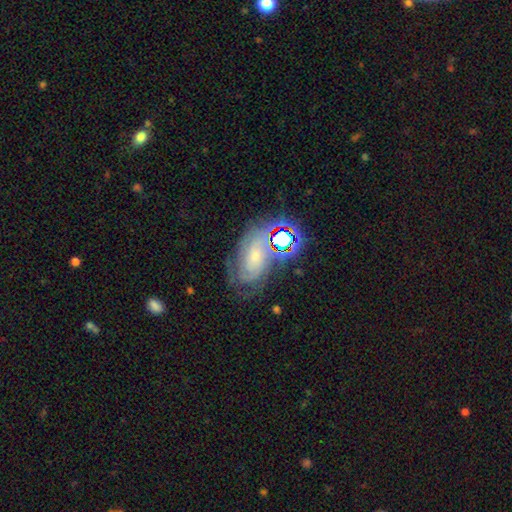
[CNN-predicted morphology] A featured or disk galaxy (66%) with no bar (69%), tight (61%) spiral arms (91%) and a small central bulge (63%).

Vote fractions:
- Smooth or featured? featured or disk: 66% / smooth: 18% / star or artifact: 16%
- Edge-on disk? no: 96% / yes: 4%
- Bar? no: 69% / weak: 25% / strong: 7%
- Spiral arms? yes: 91% / no: 9%
- Spiral winding? tight: 61% / medium: 31% / loose: 8%
- Spiral arm count? can't tell: 40% / 2: 24% / 3: 18% / 4: 8% / 1: 6% / more than 4: 5%
- Bulge size? small: 63% / moderate: 27% / none: 5% / large: 3% / dominant: 2%
- Merging? none: 57% / minor disturbance: 21% / major disturbance: 14% / merger: 7%